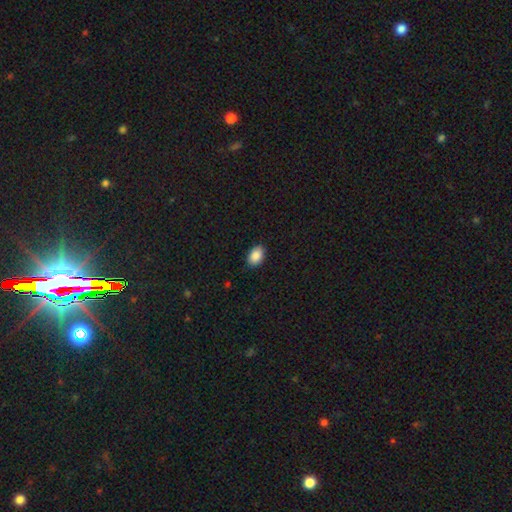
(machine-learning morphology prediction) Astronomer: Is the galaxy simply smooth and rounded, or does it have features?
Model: smooth — 89%.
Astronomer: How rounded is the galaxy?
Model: in between — 84%.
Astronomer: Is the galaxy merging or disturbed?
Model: none — 87%.